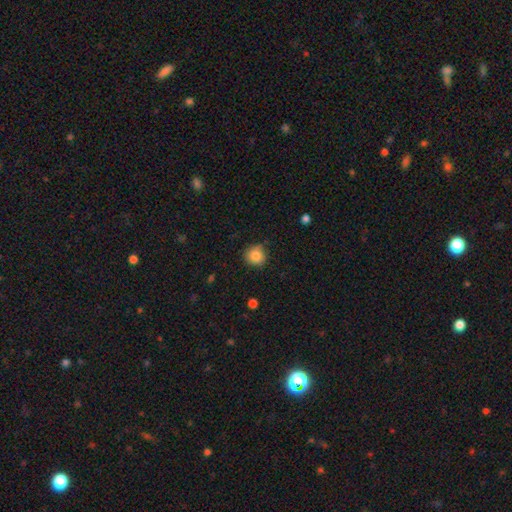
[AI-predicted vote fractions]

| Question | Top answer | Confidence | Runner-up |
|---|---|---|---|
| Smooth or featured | smooth | 85% | star or artifact (10%) |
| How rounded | round | 91% | in between (8%) |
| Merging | none | 80% | minor disturbance (15%) |